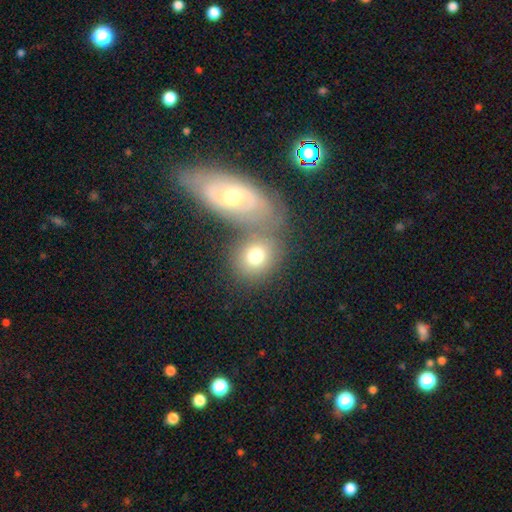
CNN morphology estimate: smooth_or_featured: smooth (p=0.69) [alt: featured or disk p=0.22]
how_rounded: round (p=0.64) [alt: in between p=0.34]
merging: none (p=0.49) [alt: merger p=0.36]